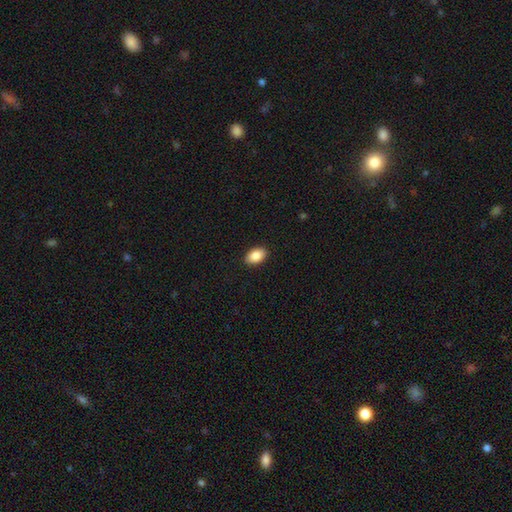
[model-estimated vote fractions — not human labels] Smooth or featured?
  - smooth: 87% *
  - star or artifact: 7%
  - featured or disk: 5%
How rounded?
  - in between: 90% *
  - round: 8%
  - cigar-shaped: 1%
Merging?
  - none: 90% *
  - minor disturbance: 7%
  - major disturbance: 2%
  - merger: 1%